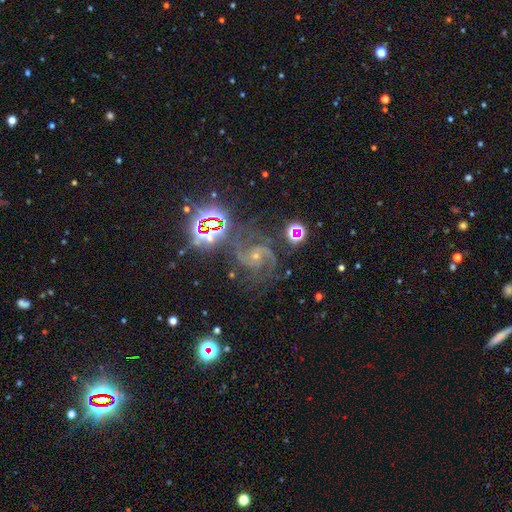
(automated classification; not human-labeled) A featured or disk galaxy (77%) with no bar (67%), 2 (59%) medium (57%) spiral arms (97%) and a small central bulge (57%).

Vote fractions:
- Smooth or featured? featured or disk: 77% / star or artifact: 17% / smooth: 5%
- Edge-on disk? no: 98% / yes: 2%
- Bar? no: 67% / weak: 25% / strong: 8%
- Spiral arms? yes: 97% / no: 3%
- Spiral winding? medium: 57% / tight: 23% / loose: 20%
- Spiral arm count? 2: 59% / 3: 19% / can't tell: 10% / 4: 4% / 1: 4% / more than 4: 4%
- Bulge size? small: 57% / moderate: 38% / none: 2% / large: 2% / dominant: 1%
- Merging? none: 57% / minor disturbance: 21% / major disturbance: 17% / merger: 5%